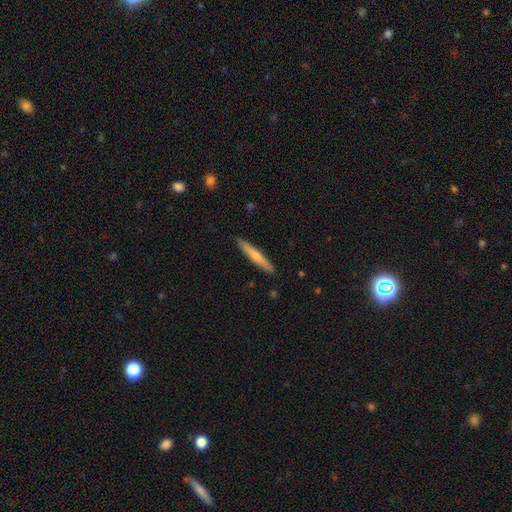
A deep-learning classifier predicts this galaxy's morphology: Smooth or featured: smooth — 55% (featured or disk — 40%)
How rounded: cigar-shaped — 94% (in between — 4%)
Merging: none — 91% (minor disturbance — 7%)